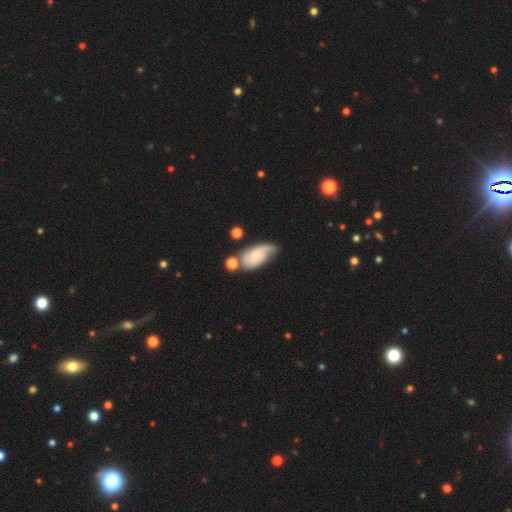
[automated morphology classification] Smooth or featured? smooth (47%)
Merging? none (36%)